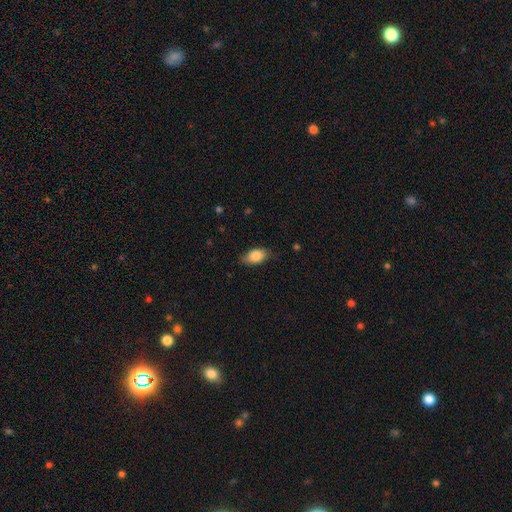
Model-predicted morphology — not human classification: A smooth galaxy with no disk features (85%) that is in between round and cigar-shaped (90%). Merging: none (77%).